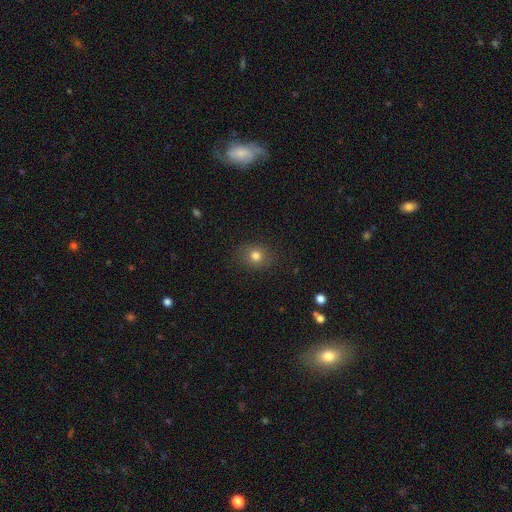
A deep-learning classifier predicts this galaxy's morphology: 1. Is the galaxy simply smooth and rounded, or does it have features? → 77% smooth, 13% star or artifact, 9% featured or disk.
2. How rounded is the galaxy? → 61% round, 38% in between, 1% cigar-shaped.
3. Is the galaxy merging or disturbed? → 86% none, 10% minor disturbance, 3% major disturbance, 1% merger.